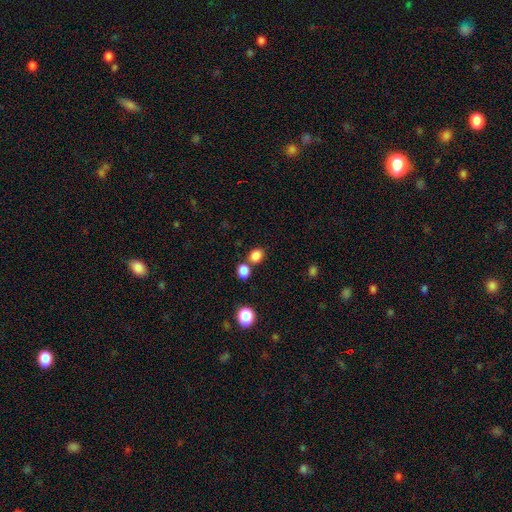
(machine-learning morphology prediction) type=smooth (84%); roundness=round (57%); merging=none (62%).